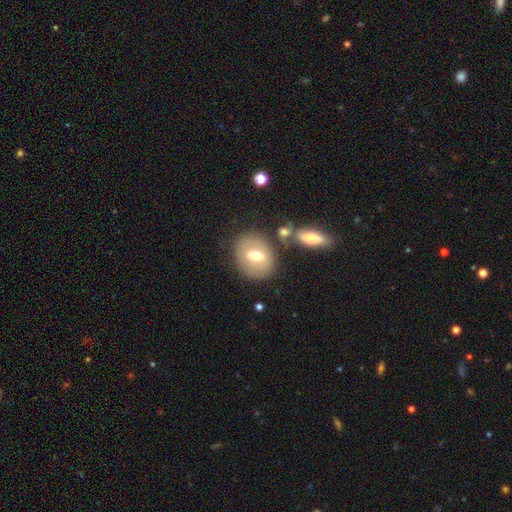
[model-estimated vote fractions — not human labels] This is possibly a smooth galaxy (59%). How rounded: possibly round (51%). Merging: likely none (68%).